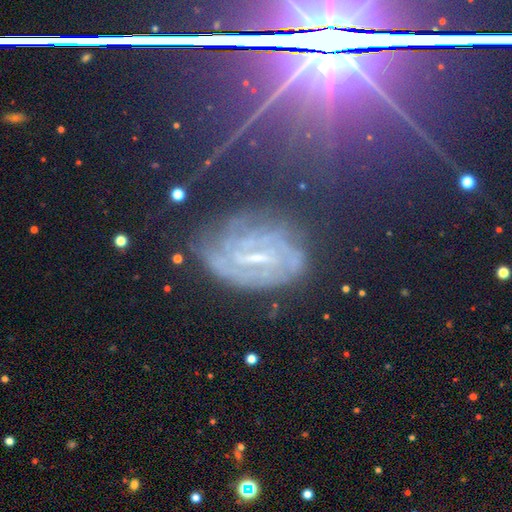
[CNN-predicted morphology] Q: Smooth or featured?
A: featured or disk (72%); runner-up: star or artifact (19%)
Q: Edge-on disk?
A: no (94%); runner-up: yes (6%)
Q: Bar?
A: weak (44%); runner-up: strong (38%)
Q: Spiral arms?
A: yes (93%); runner-up: no (7%)
Q: Spiral winding?
A: tight (65%); runner-up: medium (27%)
Q: Spiral arm count?
A: 2 (35%); runner-up: can't tell (32%)
Q: Bulge size?
A: small (72%); runner-up: moderate (19%)
Q: Merging?
A: none (72%); runner-up: minor disturbance (18%)